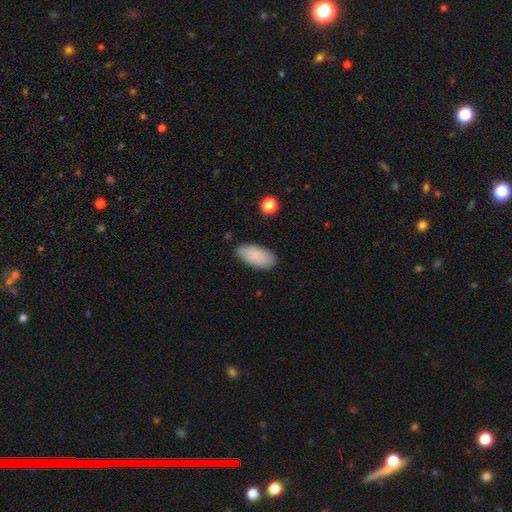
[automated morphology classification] This appears to be a smooth galaxy with no disk features (87%) that is in between round and cigar-shaped (93%). Merging: none (82%).